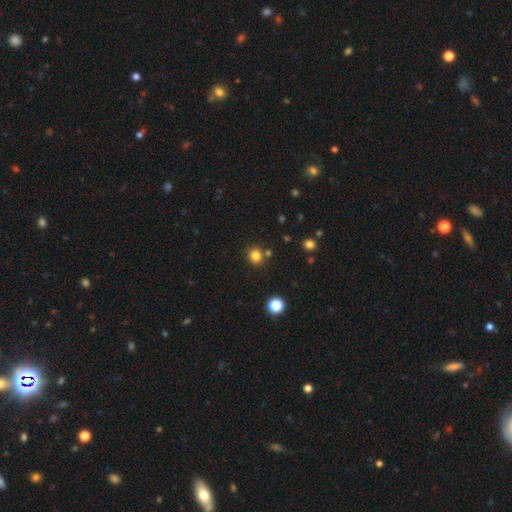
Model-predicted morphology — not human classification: A smooth galaxy with no disk features (82%) that is round (88%).

Vote fractions:
- Smooth or featured? smooth: 82% / star or artifact: 14% / featured or disk: 5%
- How rounded? round: 88% / in between: 11% / cigar-shaped: 1%
- Merging? none: 82% / minor disturbance: 8% / merger: 8% / major disturbance: 2%